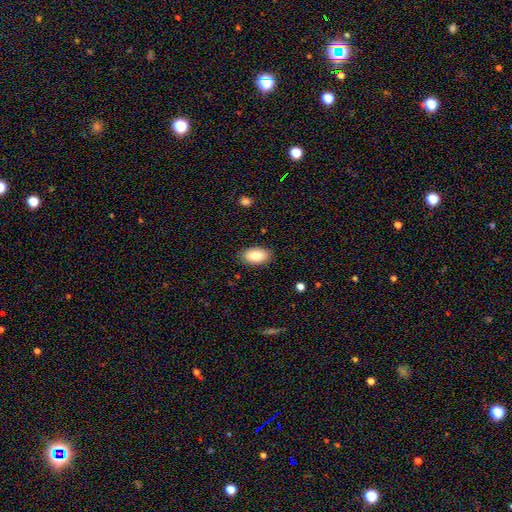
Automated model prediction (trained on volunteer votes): A smooth galaxy with no disk features (84%) that is in between round and cigar-shaped (93%). Merging: none (87%).